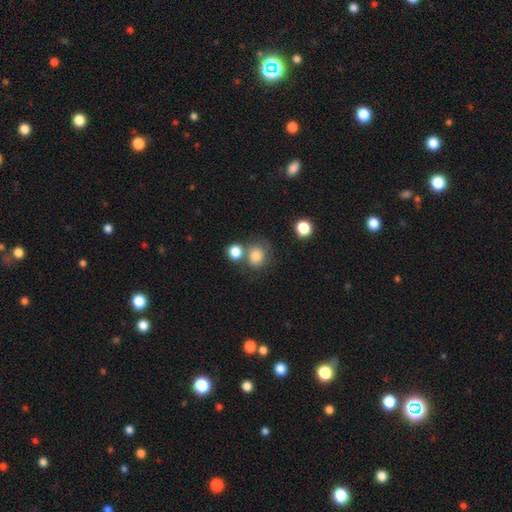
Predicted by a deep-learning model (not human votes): The model was most divided on "merging": none: 52%, merger: 26%, minor disturbance: 14%, major disturbance: 7%. More confident: smooth or featured — smooth (80%); how rounded — round (77%).